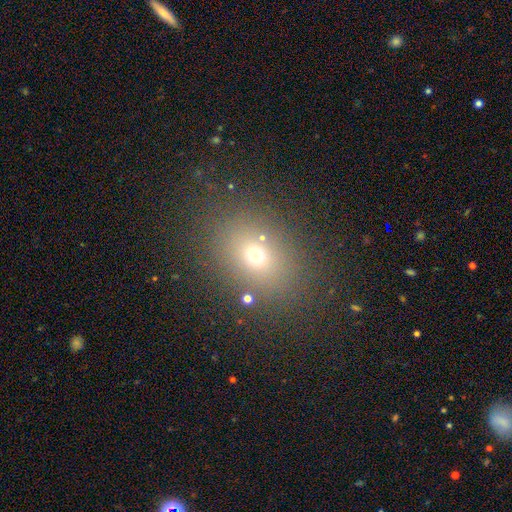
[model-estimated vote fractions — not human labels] smooth 64%, star or artifact 23%, featured or disk 13%. Down the decision tree: how rounded — in between (57%); merging — none (82%).